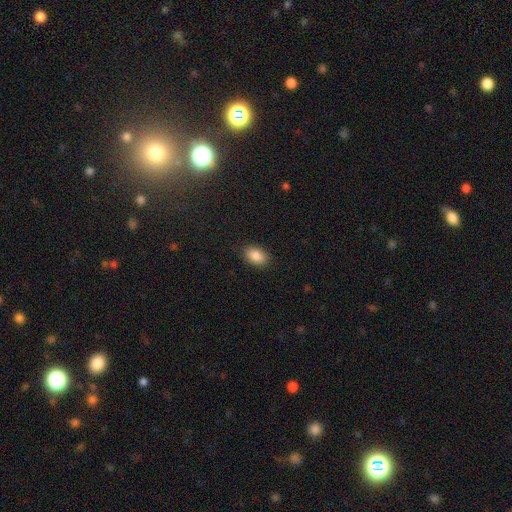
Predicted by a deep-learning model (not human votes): Morphology: type=smooth (87%); roundness=in between (88%); merging=none (88%).